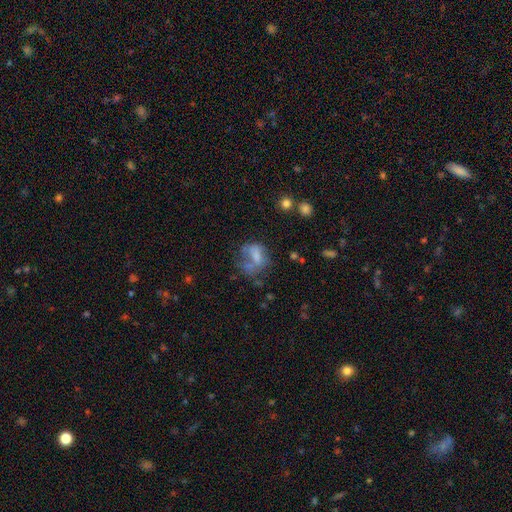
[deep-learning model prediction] This is possibly a smooth galaxy (54%). How rounded: likely in between (64%). Merging: marginally major disturbance (34%).